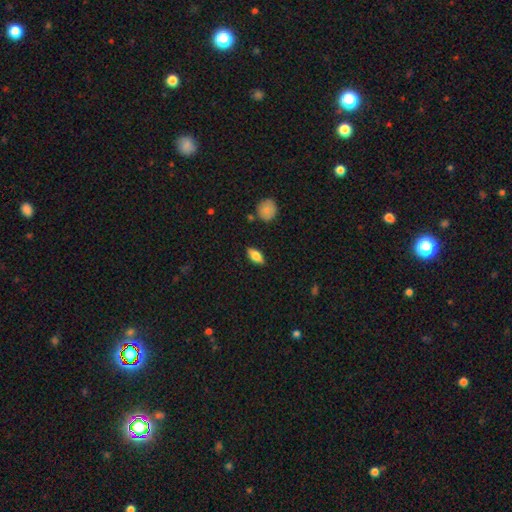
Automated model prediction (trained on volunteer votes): Smooth or featured? Predicted: smooth (p=0.71). How rounded? Predicted: in between (p=0.83). Merging? Predicted: none (p=0.86).